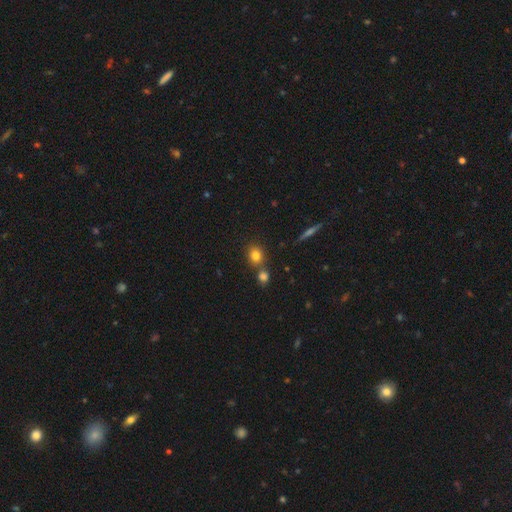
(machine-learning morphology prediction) A smooth galaxy with no disk features (80%) that is round (72%). Merging: none (64%).